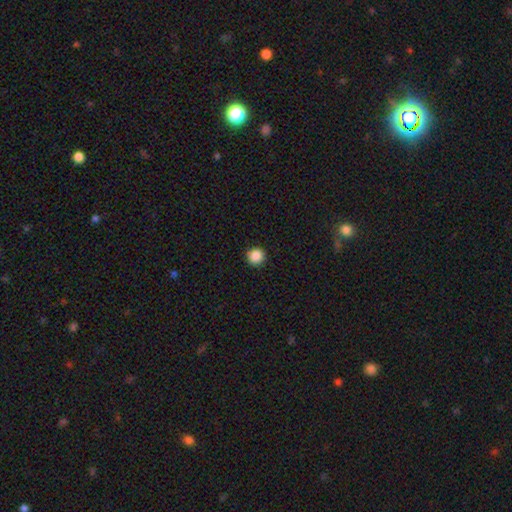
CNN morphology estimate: The model was most divided on "smooth or featured": smooth: 87%, star or artifact: 10%, featured or disk: 3%. More confident: how rounded — round (95%); merging — none (92%).